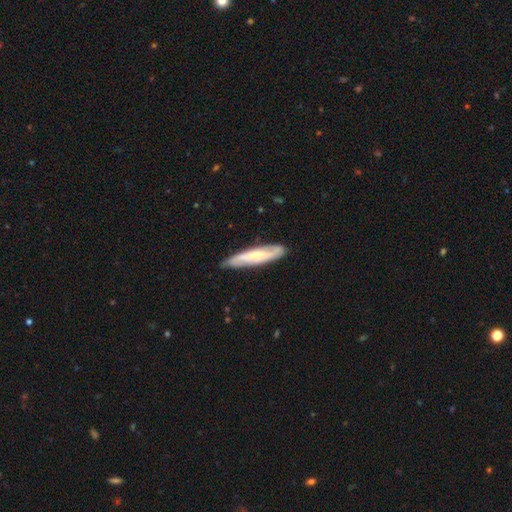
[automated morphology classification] Smooth or featured? featured or disk (58%)
Edge-on disk? no (57%)
Merging? none (81%)